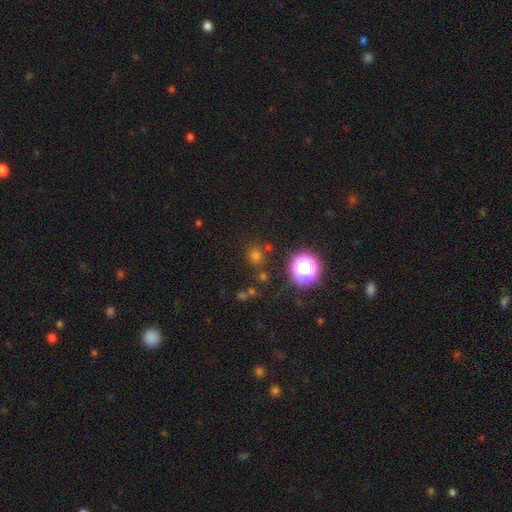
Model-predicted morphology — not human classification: The model was most divided on "smooth or featured": smooth: 63%, star or artifact: 30%, featured or disk: 7%. More confident: how rounded — round (86%); merging — none (78%).